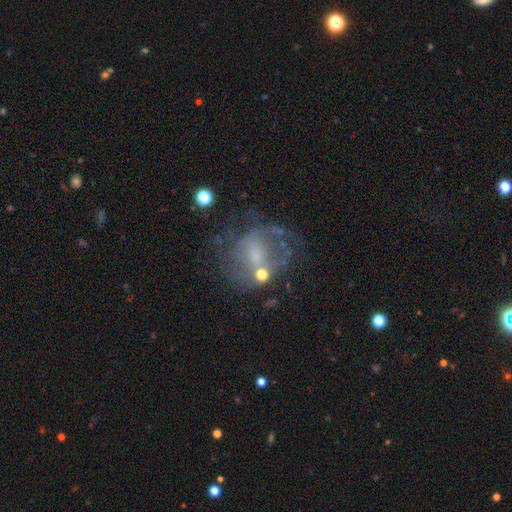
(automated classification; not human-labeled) This is likely a featured or disk galaxy (62%). It is clearly not viewed edge-on (97%). Bar: possibly no (52%). Spiral arm pattern: possibly yes (52%). Central bulge: possibly small (47%). Merging: possibly none (49%).